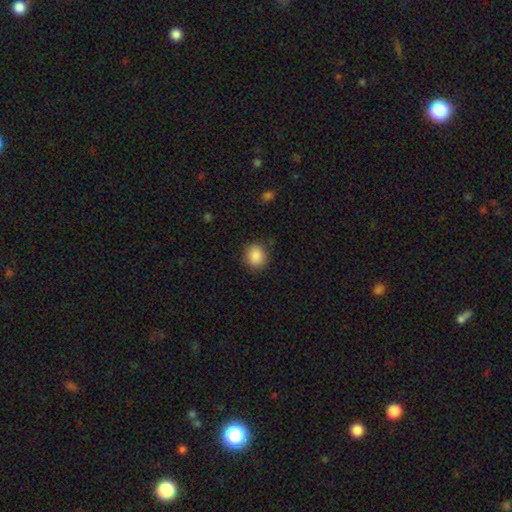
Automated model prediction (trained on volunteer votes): This appears to be a smooth galaxy with no disk features (89%) that is round (70%). Merging: none (84%).